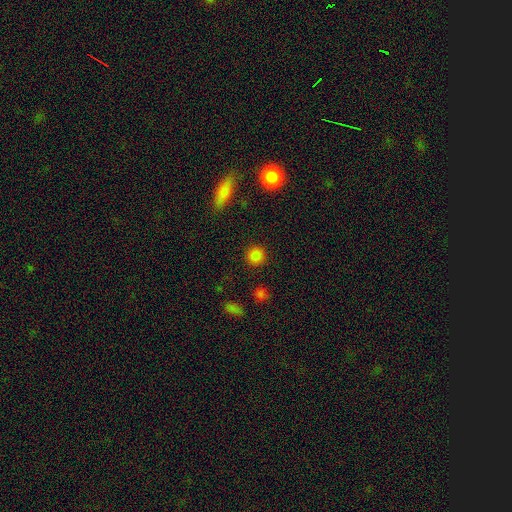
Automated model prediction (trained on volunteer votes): Morphology: type=smooth (83%); roundness=round (93%); merging=none (90%).